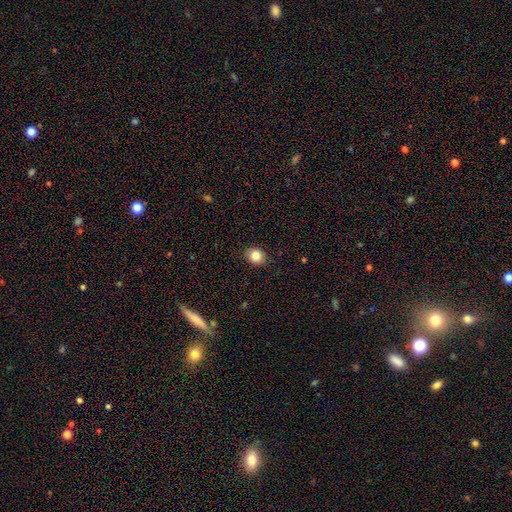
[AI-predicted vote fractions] smooth_or_featured: smooth (p=0.85) [alt: star or artifact p=0.10]
how_rounded: round (p=0.65) [alt: in between p=0.35]
merging: none (p=0.88) [alt: minor disturbance p=0.09]